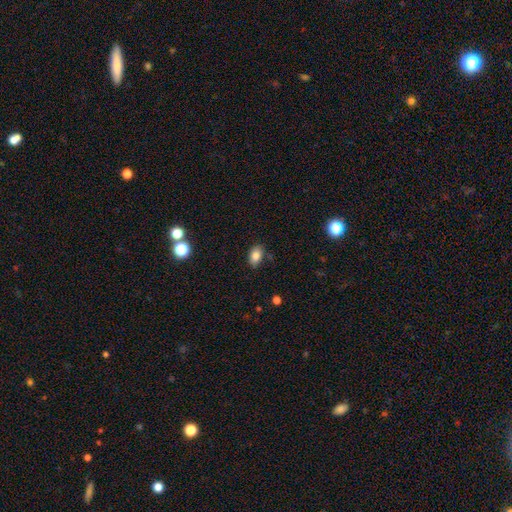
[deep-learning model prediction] Overall: smooth (83%). How rounded: in between (87%). Merging: none (80%).